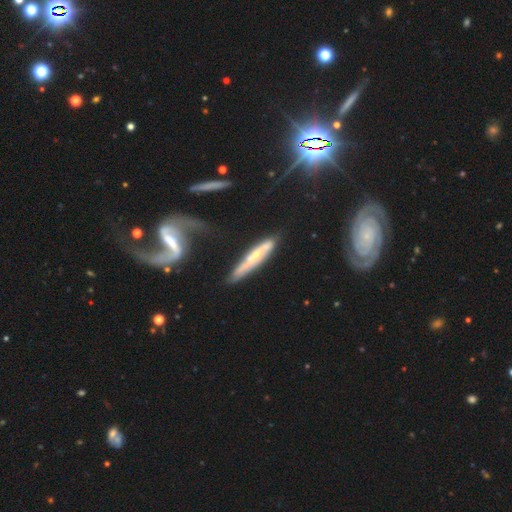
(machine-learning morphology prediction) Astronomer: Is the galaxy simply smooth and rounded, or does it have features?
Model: featured or disk — 63%.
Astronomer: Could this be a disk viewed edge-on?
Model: yes — 69%.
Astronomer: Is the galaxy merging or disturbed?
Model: none — 60%.